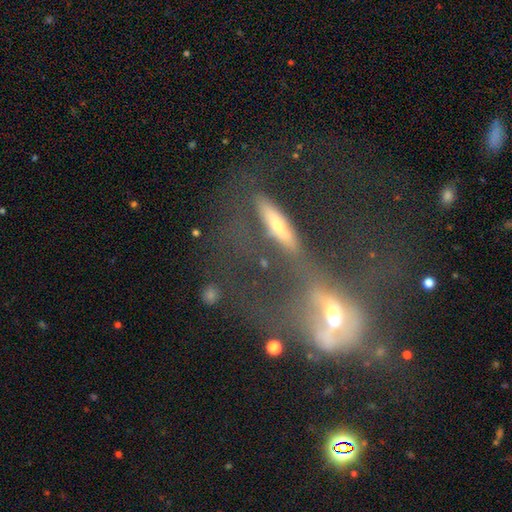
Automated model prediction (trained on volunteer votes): This appears to be a featured or disk galaxy (59%). Merging: merger (54%).